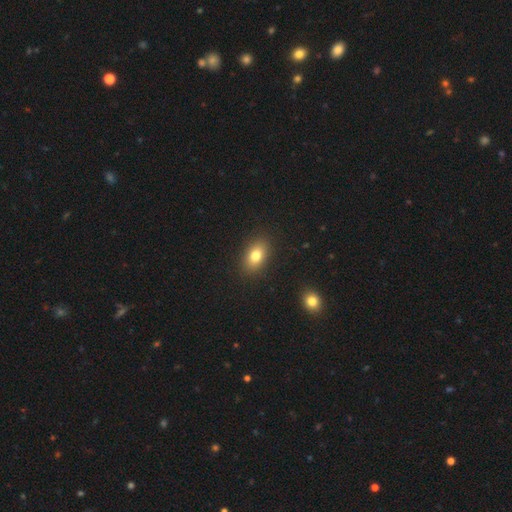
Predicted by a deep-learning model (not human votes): The model was most divided on "smooth or featured": smooth: 79%, featured or disk: 11%, star or artifact: 10%. More confident: merging — none (88%); how rounded — in between (84%).